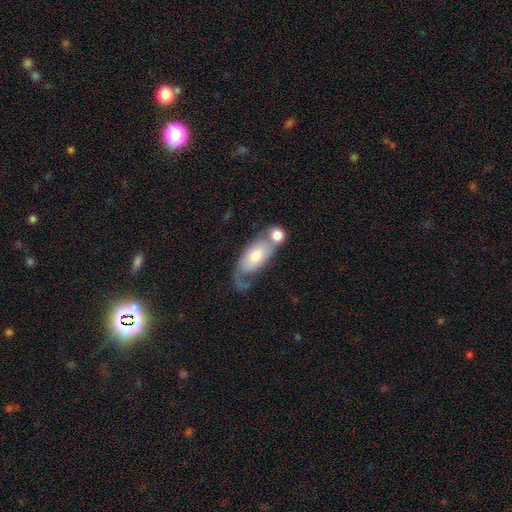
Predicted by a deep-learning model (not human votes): Overall: featured or disk (47%; smooth 45%). Merging: merger (41%; none 27%).